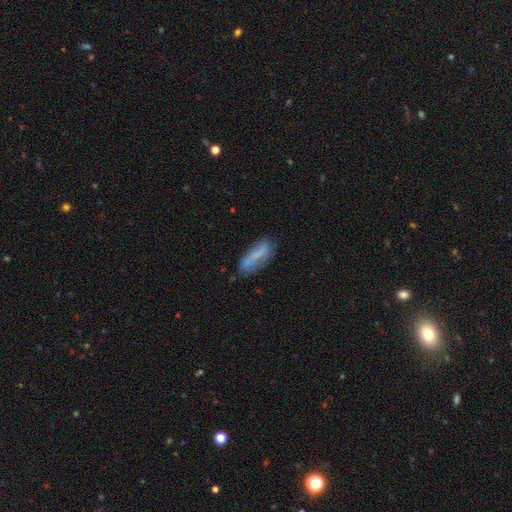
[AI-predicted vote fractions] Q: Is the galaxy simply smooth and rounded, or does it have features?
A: smooth — 60%.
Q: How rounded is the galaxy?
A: cigar-shaped — 54%.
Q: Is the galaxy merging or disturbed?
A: none — 63%.